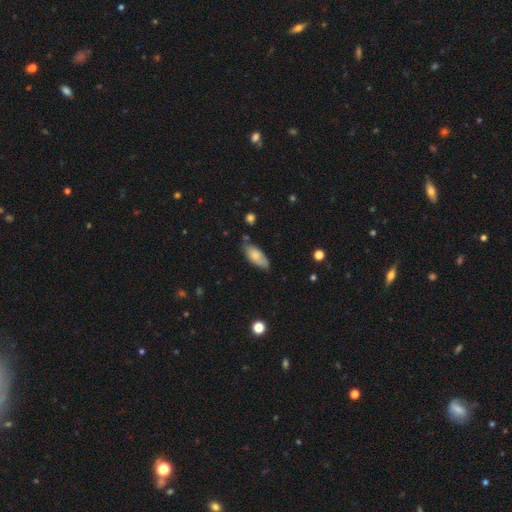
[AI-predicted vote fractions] A smooth galaxy with no disk features (76%) that is in between round and cigar-shaped (84%). Merging: none (66%).